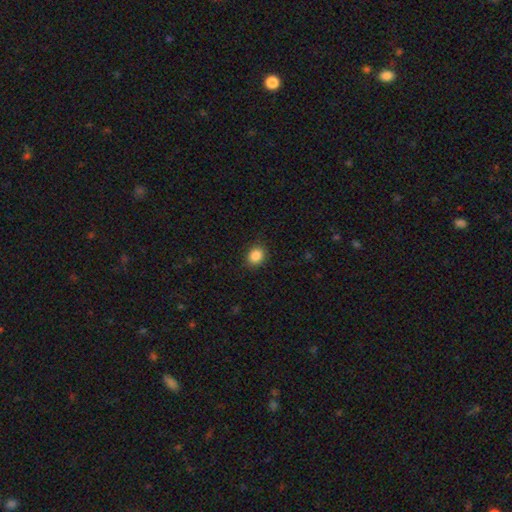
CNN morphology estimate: Smooth or featured? smooth (87%)
How rounded? round (68%)
Merging? none (88%)